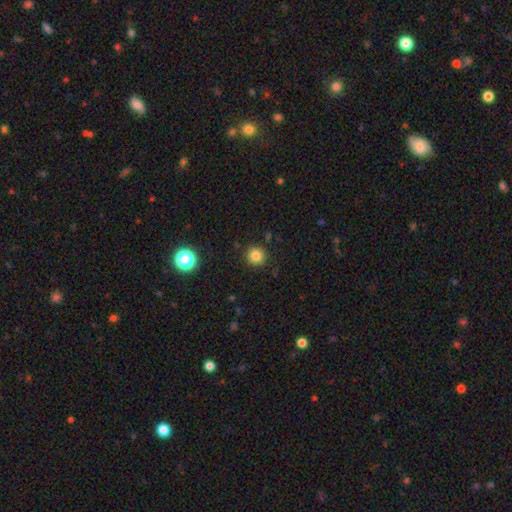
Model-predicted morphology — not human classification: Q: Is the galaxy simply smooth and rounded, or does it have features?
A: smooth — 82%.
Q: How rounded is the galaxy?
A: round — 94%.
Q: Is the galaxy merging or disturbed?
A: none — 90%.